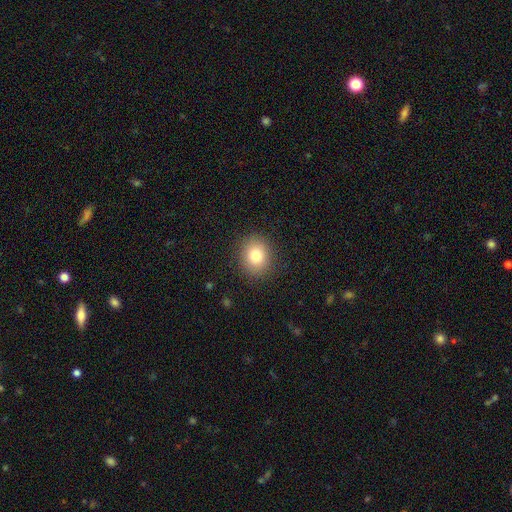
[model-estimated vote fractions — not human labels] Q: Smooth or featured?
A: smooth (82%); runner-up: star or artifact (10%)
Q: How rounded?
A: round (68%); runner-up: in between (31%)
Q: Merging?
A: none (88%); runner-up: minor disturbance (8%)